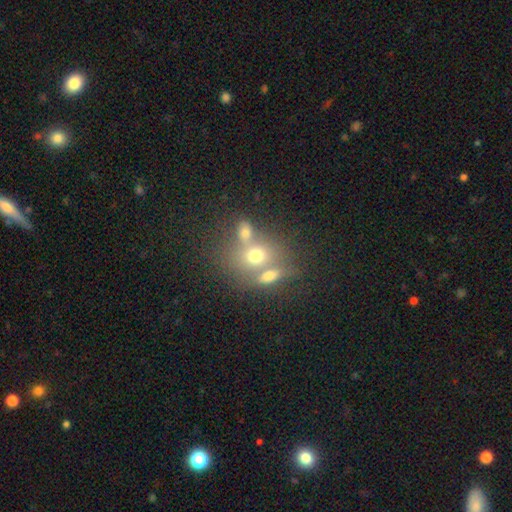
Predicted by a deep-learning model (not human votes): smooth_or_featured: smooth (p=0.63) [alt: featured or disk p=0.23]
how_rounded: round (p=0.56) [alt: in between p=0.42]
merging: merger (p=0.55) [alt: none p=0.31]